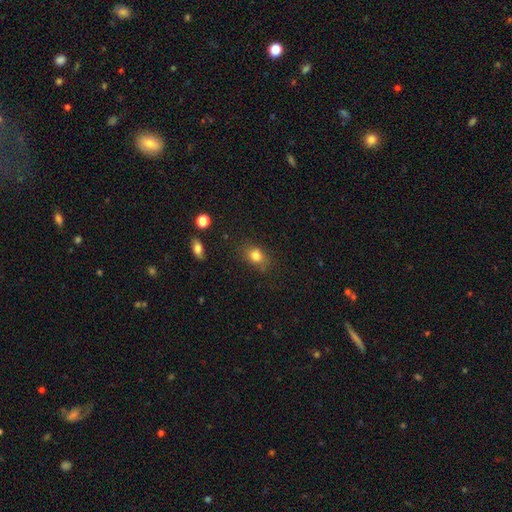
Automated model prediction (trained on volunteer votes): Overall: smooth (80%). How rounded: in between (61%; round 37%). Merging: none (73%).